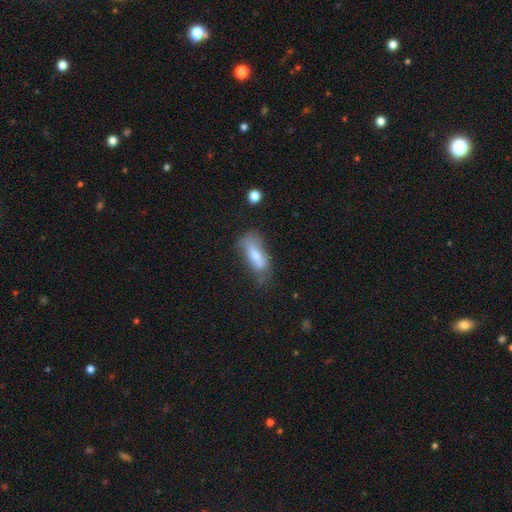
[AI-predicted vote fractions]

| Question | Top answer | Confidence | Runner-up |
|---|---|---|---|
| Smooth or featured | smooth | 59% | featured or disk (31%) |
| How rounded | in between | 78% | cigar-shaped (18%) |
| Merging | none | 33% | minor disturbance (28%) |